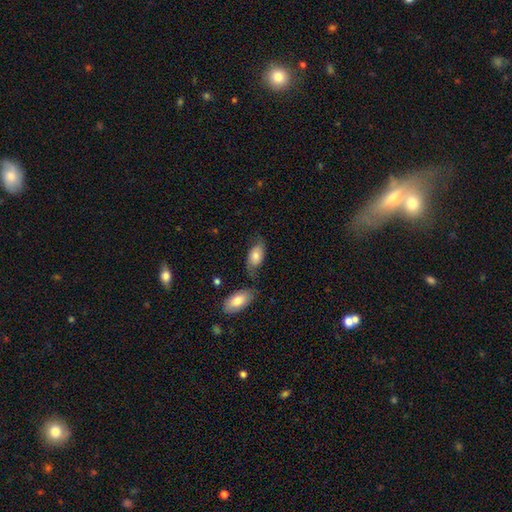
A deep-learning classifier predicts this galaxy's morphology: A smooth galaxy with no disk features (71%) that is in between round and cigar-shaped (93%).

Vote fractions:
- Smooth or featured? smooth: 71% / featured or disk: 22% / star or artifact: 7%
- How rounded? in between: 93% / round: 4% / cigar-shaped: 4%
- Merging? none: 52% / minor disturbance: 25% / merger: 13% / major disturbance: 10%